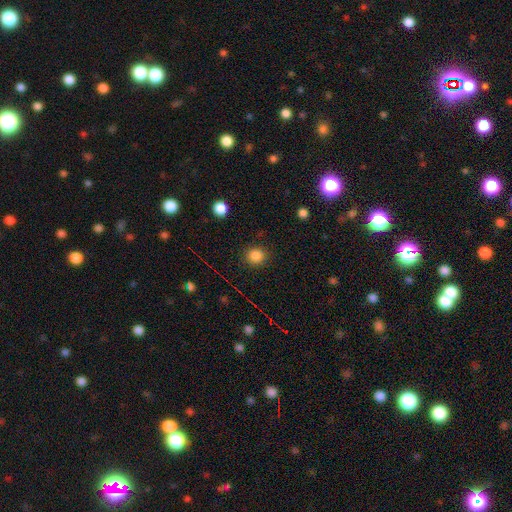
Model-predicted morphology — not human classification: Q: Smooth or featured?
A: smooth (84%); runner-up: star or artifact (12%)
Q: How rounded?
A: round (85%); runner-up: in between (14%)
Q: Merging?
A: none (89%); runner-up: minor disturbance (7%)